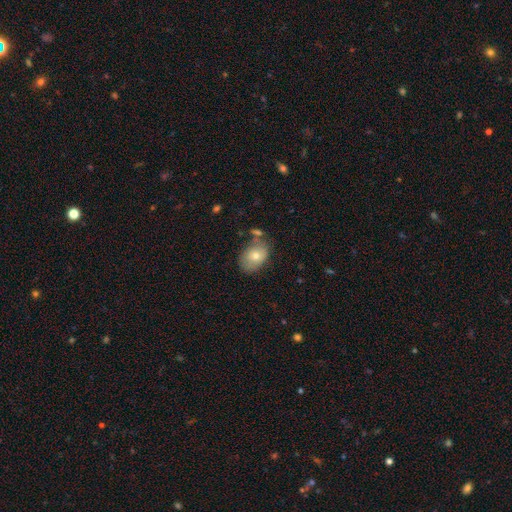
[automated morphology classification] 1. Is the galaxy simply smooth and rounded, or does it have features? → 73% smooth, 19% featured or disk, 8% star or artifact.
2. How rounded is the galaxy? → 80% in between, 19% round, 1% cigar-shaped.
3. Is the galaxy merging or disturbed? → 60% none, 23% minor disturbance, 10% merger, 7% major disturbance.